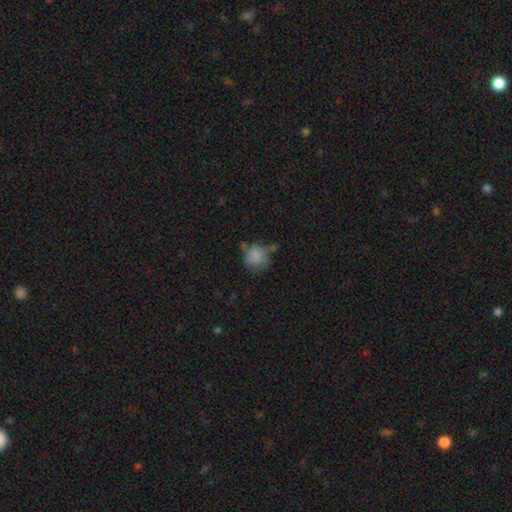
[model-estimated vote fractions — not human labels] smooth_or_featured: smooth (p=0.80) [alt: featured or disk p=0.12]
how_rounded: round (p=0.82) [alt: in between p=0.17]
merging: none (p=0.46) [alt: minor disturbance p=0.29]